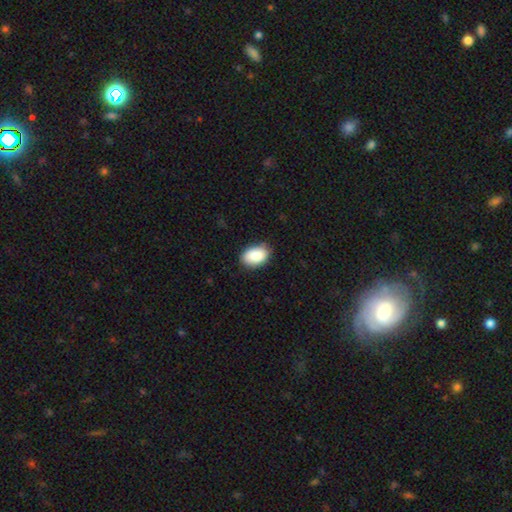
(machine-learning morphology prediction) This is clearly a smooth galaxy (89%). How rounded: clearly in between (89%). Merging: clearly none (81%).